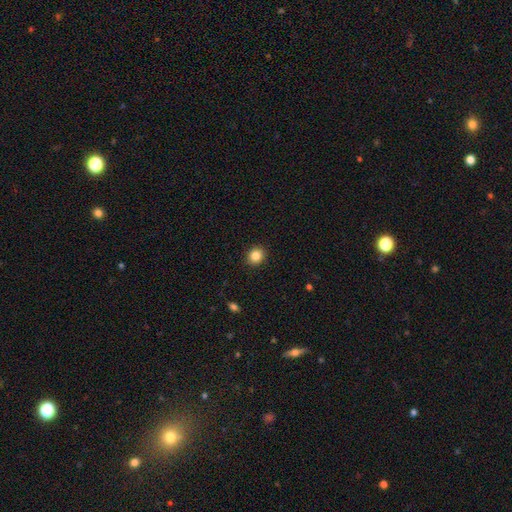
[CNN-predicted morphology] Smooth or featured?
  - smooth: 85% *
  - star or artifact: 10%
  - featured or disk: 5%
How rounded?
  - round: 77% *
  - in between: 22%
  - cigar-shaped: 1%
Merging?
  - none: 91% *
  - minor disturbance: 6%
  - major disturbance: 2%
  - merger: 1%